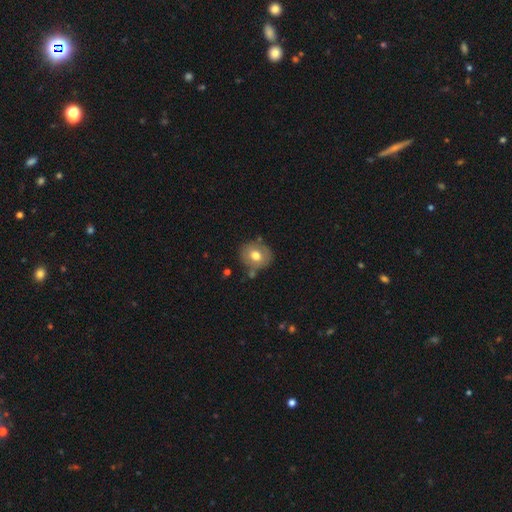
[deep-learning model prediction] Smooth or featured: smooth — 70% (featured or disk — 21%)
How rounded: round — 76% (in between — 23%)
Merging: none — 75% (minor disturbance — 15%)